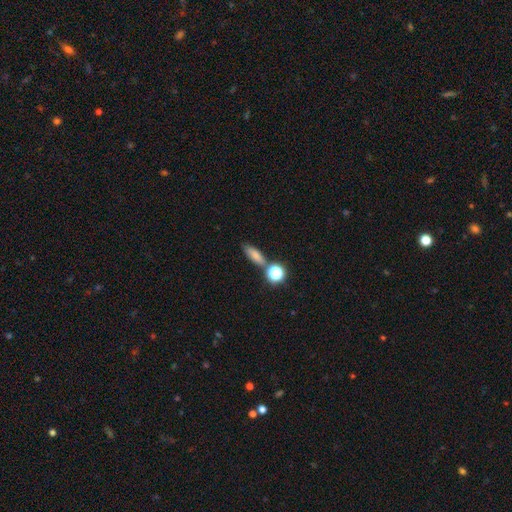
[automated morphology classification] A smooth galaxy with no disk features (75%) that is in between round and cigar-shaped (52%).

Vote fractions:
- Smooth or featured? smooth: 75% / star or artifact: 14% / featured or disk: 11%
- How rounded? in between: 52% / cigar-shaped: 34% / round: 14%
- Merging? none: 67% / merger: 15% / minor disturbance: 13% / major disturbance: 4%